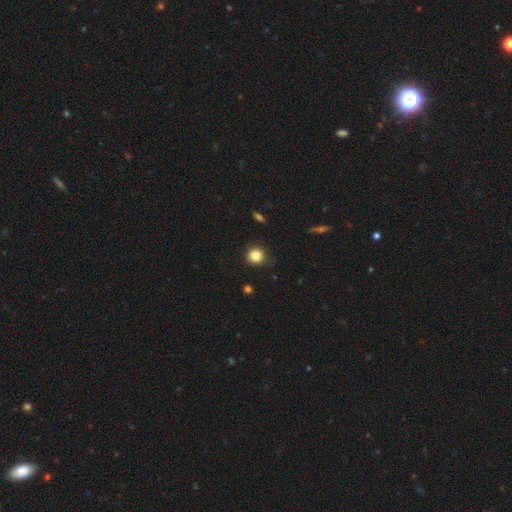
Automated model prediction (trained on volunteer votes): Q: Smooth or featured?
A: smooth (84%); runner-up: star or artifact (11%)
Q: How rounded?
A: round (89%); runner-up: in between (10%)
Q: Merging?
A: none (86%); runner-up: minor disturbance (10%)